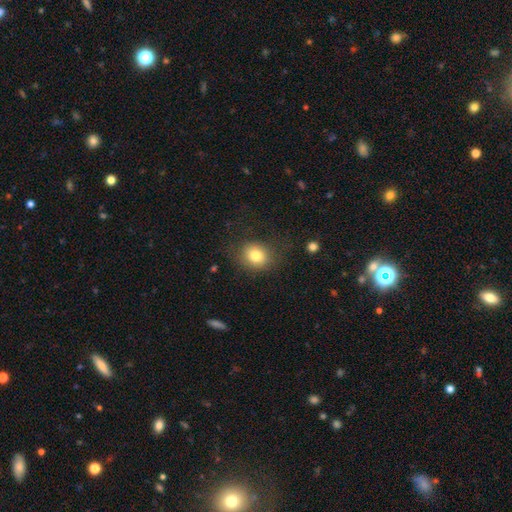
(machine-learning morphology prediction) Smooth or featured: smooth — 79% (star or artifact — 11%)
How rounded: round — 69% (in between — 30%)
Merging: none — 76% (minor disturbance — 14%)